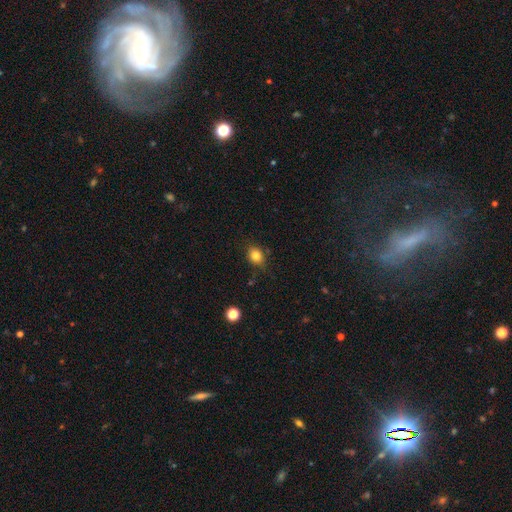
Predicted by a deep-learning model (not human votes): This appears to be a smooth galaxy with no disk features (83%) that is round (56%). Merging: none (73%).